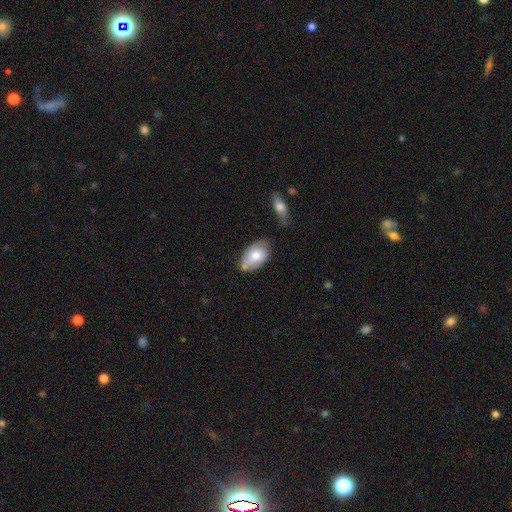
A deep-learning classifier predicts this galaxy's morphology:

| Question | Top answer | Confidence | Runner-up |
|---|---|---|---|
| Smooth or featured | smooth | 69% | featured or disk (25%) |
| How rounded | in between | 92% | round (7%) |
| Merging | none | 54% | minor disturbance (28%) |